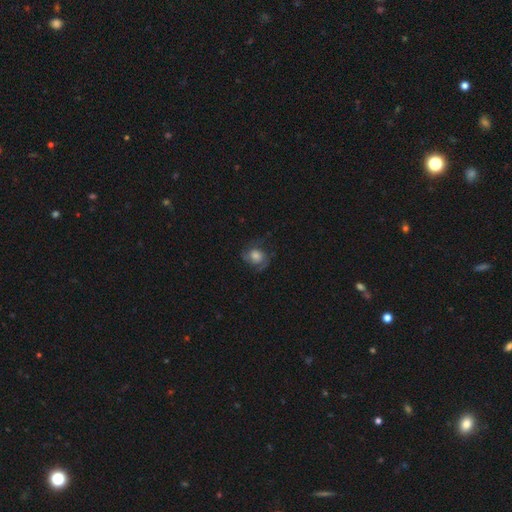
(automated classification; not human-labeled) Smooth or featured: featured or disk — 48% (smooth — 43%)
Merging: none — 59% (minor disturbance — 22%)